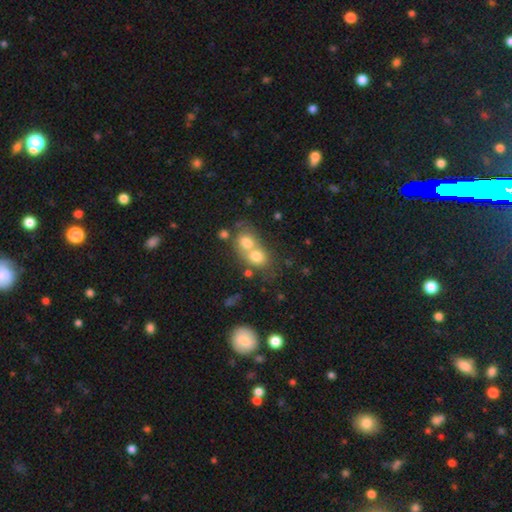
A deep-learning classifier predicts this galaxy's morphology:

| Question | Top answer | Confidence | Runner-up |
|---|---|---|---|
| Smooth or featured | smooth | 71% | featured or disk (17%) |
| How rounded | round | 65% | in between (34%) |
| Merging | merger | 68% | none (23%) |